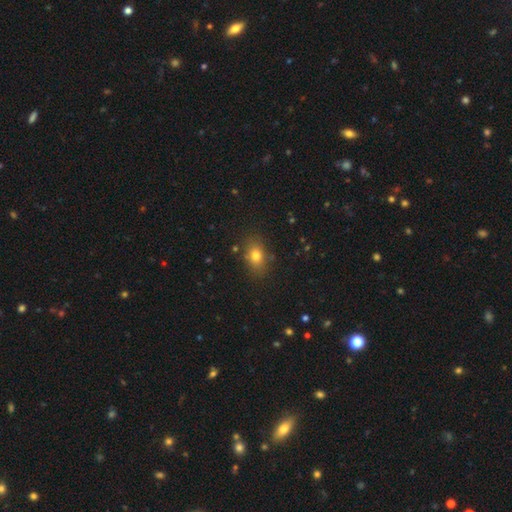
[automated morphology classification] This is likely a smooth galaxy (78%). How rounded: likely in between (74%). Merging: clearly none (82%).